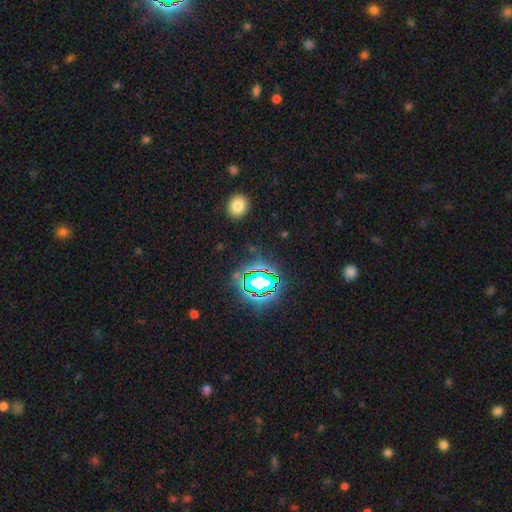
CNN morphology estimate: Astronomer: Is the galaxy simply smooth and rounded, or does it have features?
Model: star or artifact — 67%.